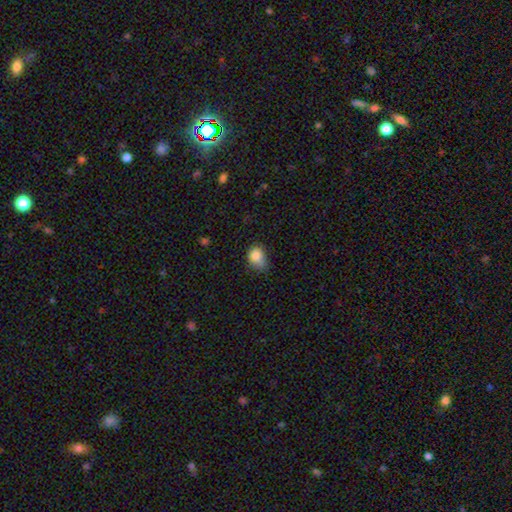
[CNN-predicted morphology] Q: Smooth or featured?
A: smooth (83%); runner-up: star or artifact (9%)
Q: How rounded?
A: in between (62%); runner-up: round (37%)
Q: Merging?
A: none (45%); runner-up: minor disturbance (41%)